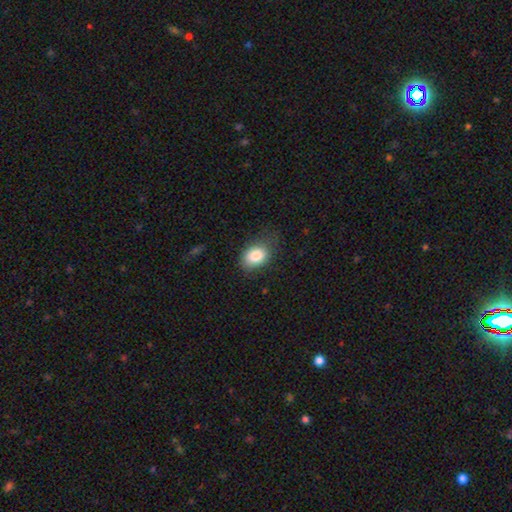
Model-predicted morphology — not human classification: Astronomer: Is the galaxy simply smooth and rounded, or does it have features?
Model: smooth — 83%.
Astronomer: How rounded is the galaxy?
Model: in between — 74%.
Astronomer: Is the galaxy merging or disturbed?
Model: none — 67%.